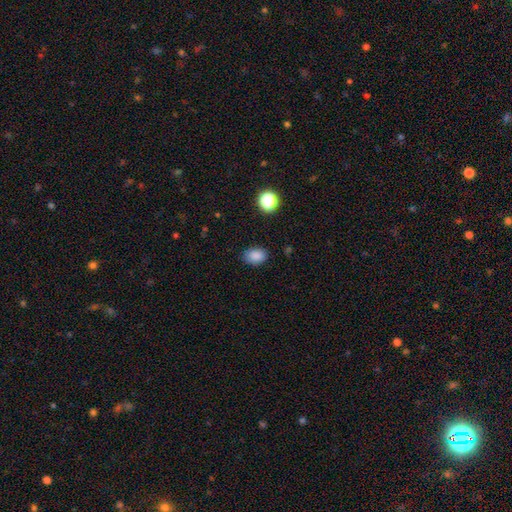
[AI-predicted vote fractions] smooth_or_featured: smooth (p=0.85) [alt: star or artifact p=0.11]
how_rounded: in between (p=0.76) [alt: round p=0.23]
merging: none (p=0.85) [alt: minor disturbance p=0.11]